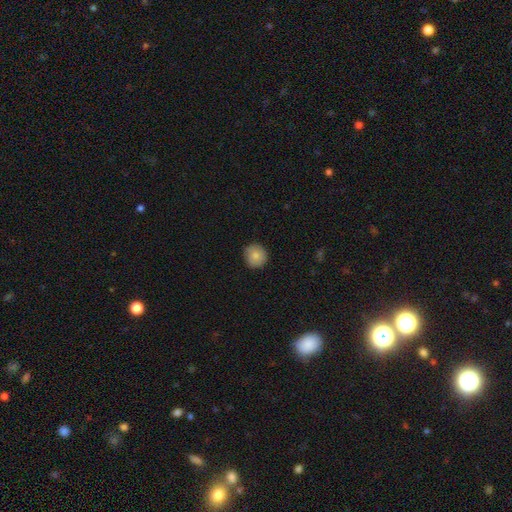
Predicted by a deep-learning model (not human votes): Smooth or featured: smooth — 84% (featured or disk — 9%)
How rounded: round — 94% (in between — 5%)
Merging: none — 87% (minor disturbance — 11%)